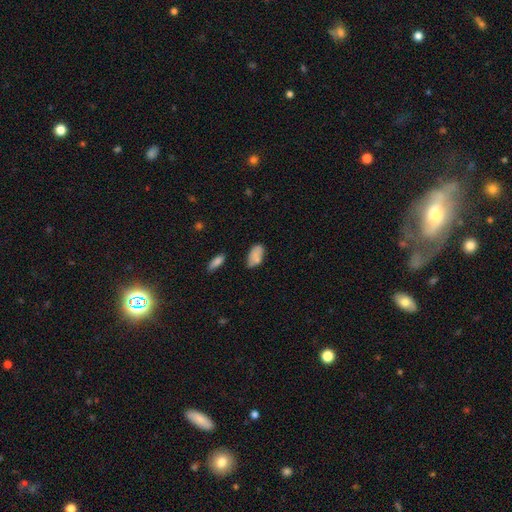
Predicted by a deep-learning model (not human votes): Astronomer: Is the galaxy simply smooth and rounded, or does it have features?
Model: smooth — 79%.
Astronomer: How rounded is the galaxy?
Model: in between — 92%.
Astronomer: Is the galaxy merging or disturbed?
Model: none — 55%.